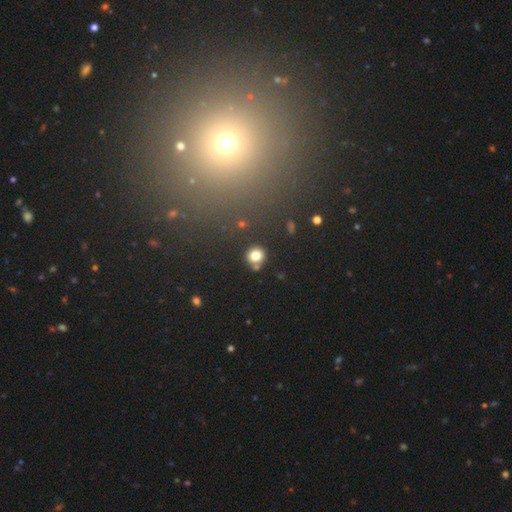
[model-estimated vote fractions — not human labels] Smooth or featured? Predicted: smooth (p=0.79). How rounded? Predicted: round (p=0.81). Merging? Predicted: none (p=0.71).